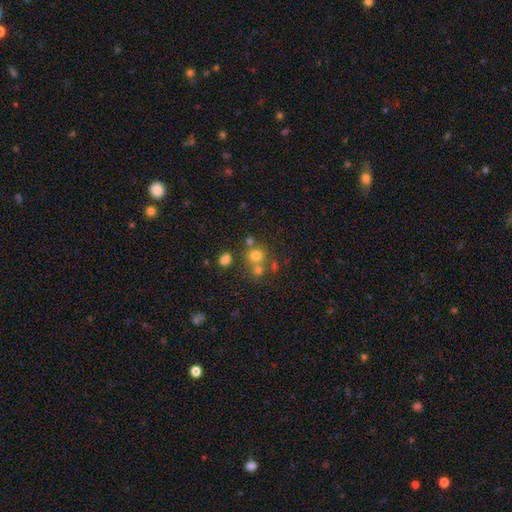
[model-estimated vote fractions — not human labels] smooth 68%, star or artifact 18%, featured or disk 14%. Down the decision tree: how rounded — round (85%); merging — none (56%).